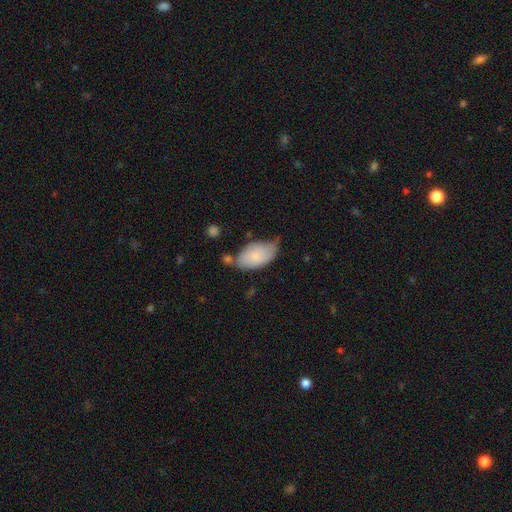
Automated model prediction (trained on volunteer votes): Morphology: type=smooth (80%); roundness=in between (94%); merging=none (48%).